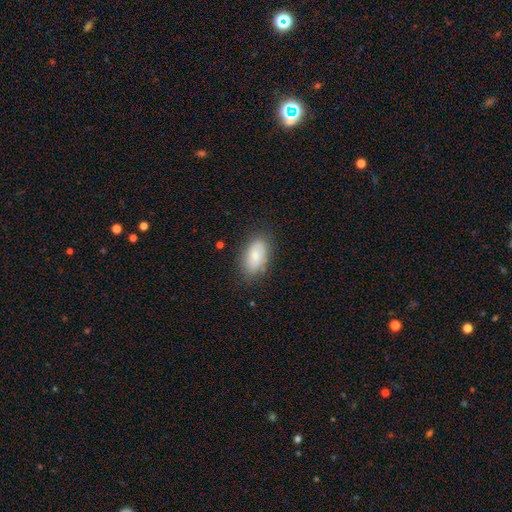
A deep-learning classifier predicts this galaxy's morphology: Overall: smooth (74%). How rounded: in between (93%). Merging: none (78%).